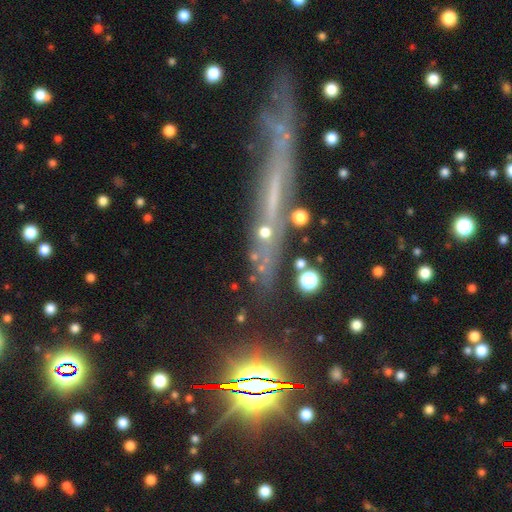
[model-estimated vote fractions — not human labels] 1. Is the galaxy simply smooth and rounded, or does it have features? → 35% smooth (tied), 35% featured or disk (tied), 29% star or artifact.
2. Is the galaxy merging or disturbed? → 66% none, 15% minor disturbance, 11% merger, 8% major disturbance.